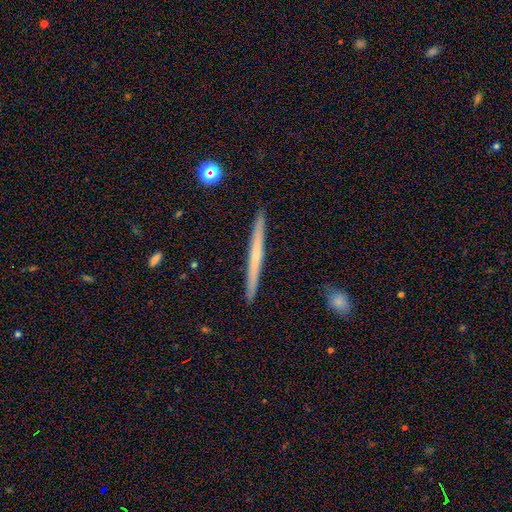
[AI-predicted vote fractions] A featured or disk galaxy (54%) viewed edge-on (97%) with no central bulge (64%). Merging: none (92%).